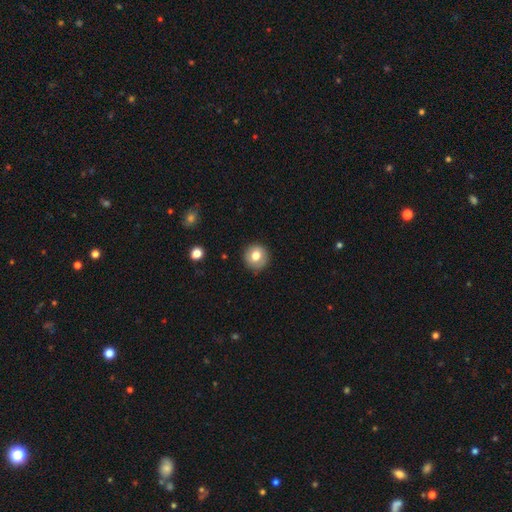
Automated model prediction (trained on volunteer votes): Smooth or featured? smooth (77%)
How rounded? round (93%)
Merging? none (89%)